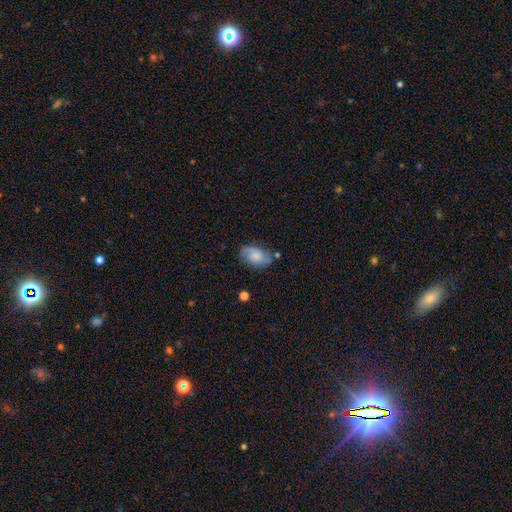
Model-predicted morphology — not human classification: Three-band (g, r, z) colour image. It shows a smooth galaxy with no disk features (58%) that is in between round and cigar-shaped (90%). Merging: none (63%).